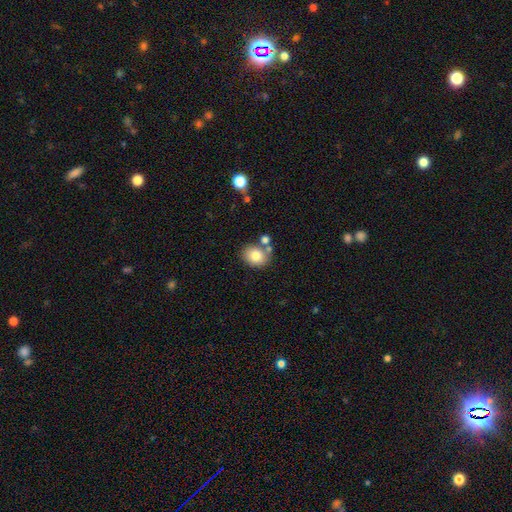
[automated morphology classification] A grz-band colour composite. It shows a smooth galaxy with no disk features (80%) that is round (54%). Merging: none (65%).